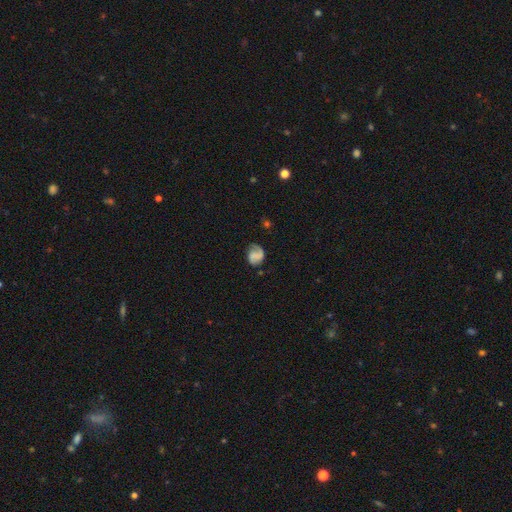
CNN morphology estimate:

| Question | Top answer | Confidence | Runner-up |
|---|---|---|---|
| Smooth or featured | featured or disk | 55% | smooth (36%) |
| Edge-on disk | no | 98% | yes (2%) |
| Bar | no | 57% | weak (33%) |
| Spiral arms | yes | 89% | no (11%) |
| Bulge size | none | 58% | small (21%) |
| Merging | none | 57% | minor disturbance (25%) |